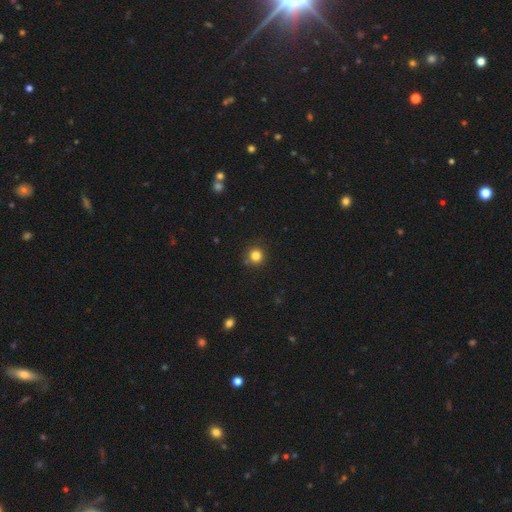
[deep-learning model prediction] Smooth or featured: smooth — 82% (star or artifact — 13%)
How rounded: round — 93% (in between — 6%)
Merging: none — 85% (minor disturbance — 9%)